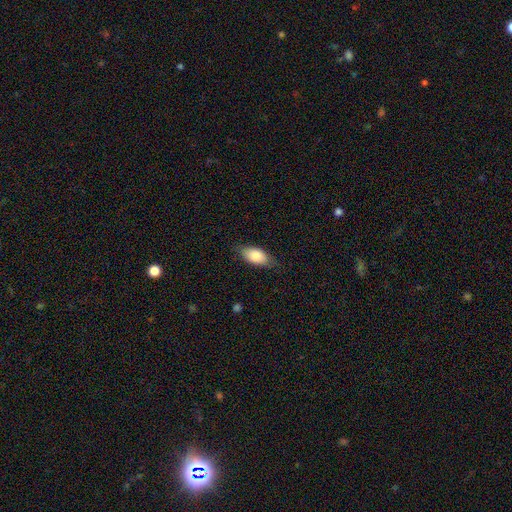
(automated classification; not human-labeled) This is clearly a smooth galaxy (84%). How rounded: clearly in between (90%). Merging: likely none (78%).